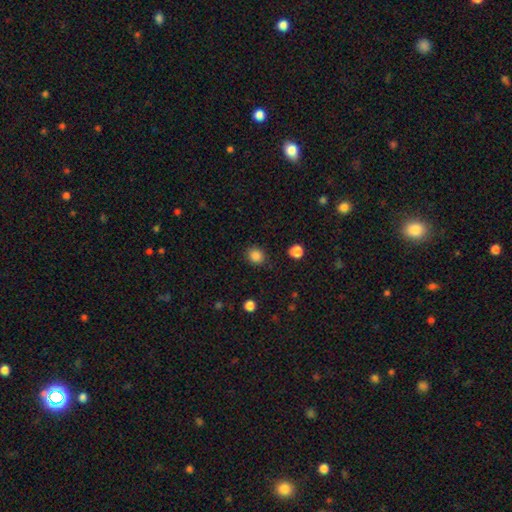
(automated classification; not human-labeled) The model was most divided on "how rounded": round: 76%, in between: 23%, cigar-shaped: 1%. More confident: merging — none (87%); smooth or featured — smooth (86%).